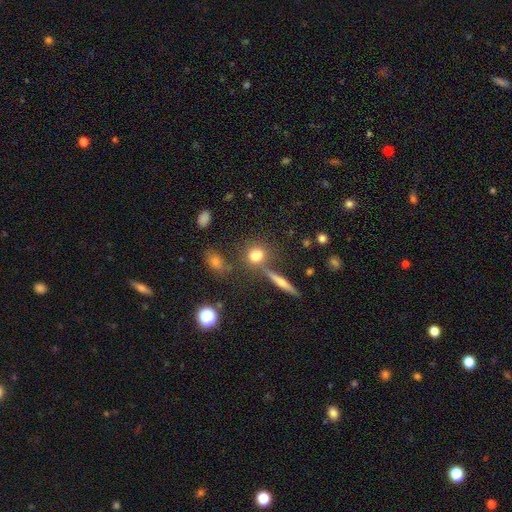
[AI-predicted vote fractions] A smooth galaxy with no disk features (72%) that is round (71%).

Vote fractions:
- Smooth or featured? smooth: 72% / star or artifact: 15% / featured or disk: 13%
- How rounded? round: 71% / in between: 23% / cigar-shaped: 6%
- Merging? none: 67% / merger: 18% / minor disturbance: 11% / major disturbance: 5%